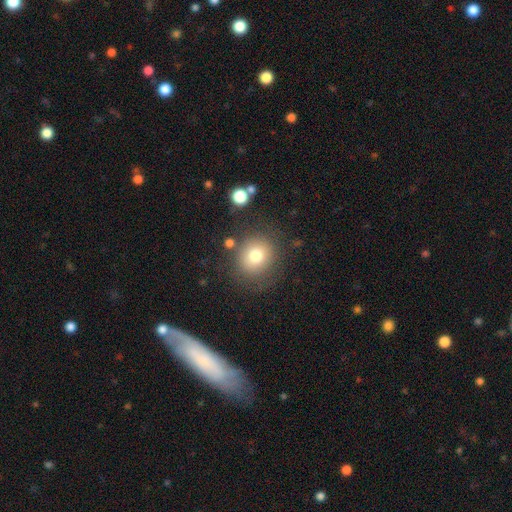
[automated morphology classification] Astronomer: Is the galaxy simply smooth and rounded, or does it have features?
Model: smooth — 77%.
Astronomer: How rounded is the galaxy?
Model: round — 84%.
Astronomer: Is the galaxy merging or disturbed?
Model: none — 77%.